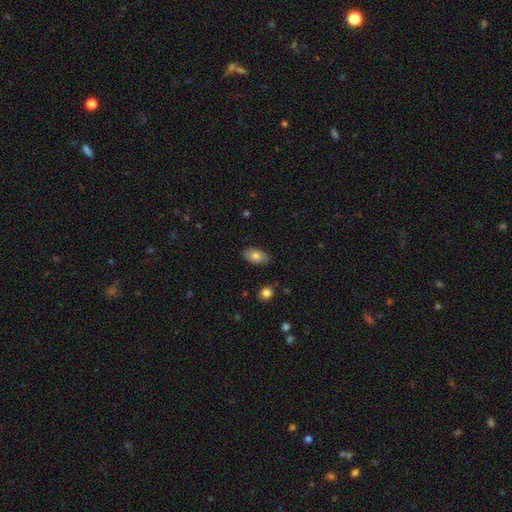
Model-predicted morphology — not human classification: smooth 82%, featured or disk 11%, star or artifact 7%. Down the decision tree: how rounded — in between (93%); merging — none (84%).